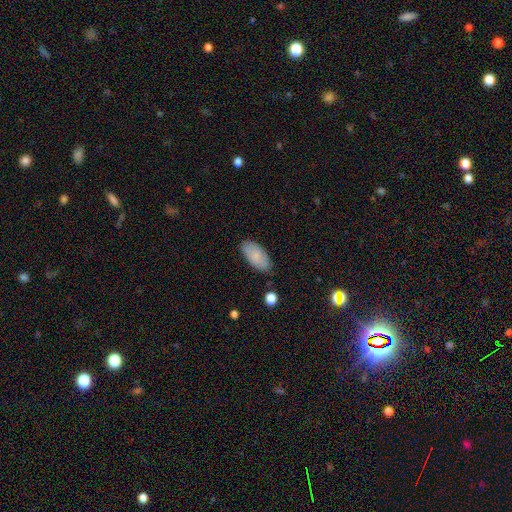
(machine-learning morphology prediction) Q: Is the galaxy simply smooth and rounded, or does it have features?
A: smooth — 83%.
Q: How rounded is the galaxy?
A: in between — 93%.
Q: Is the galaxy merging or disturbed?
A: none — 82%.